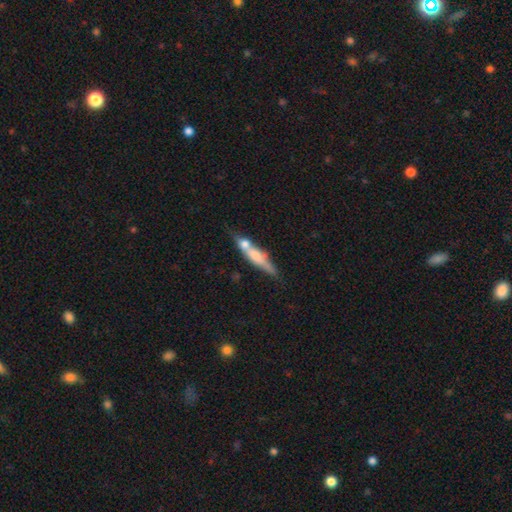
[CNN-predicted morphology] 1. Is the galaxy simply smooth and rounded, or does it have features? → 48% featured or disk, 45% smooth, 7% star or artifact.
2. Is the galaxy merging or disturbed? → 49% none, 29% merger, 16% minor disturbance, 6% major disturbance.